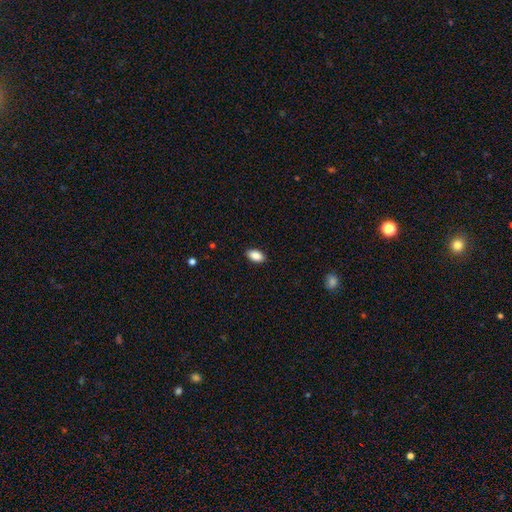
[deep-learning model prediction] Smooth or featured?
  - smooth: 89% *
  - star or artifact: 7%
  - featured or disk: 4%
How rounded?
  - in between: 93% *
  - round: 5%
  - cigar-shaped: 3%
Merging?
  - none: 89% *
  - minor disturbance: 8%
  - major disturbance: 2%
  - merger: 1%